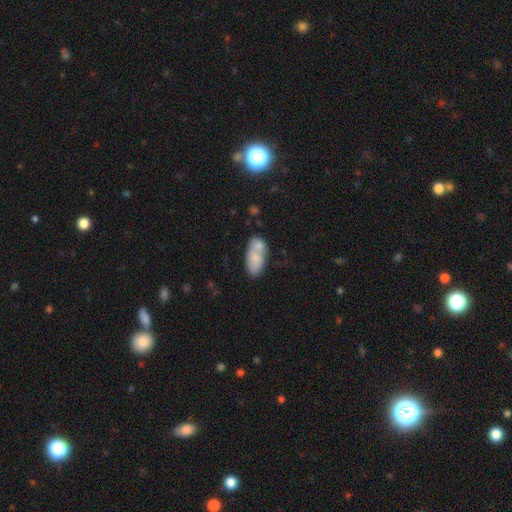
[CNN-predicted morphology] A smooth galaxy with no disk features (71%) that is in between round and cigar-shaped (85%).

Vote fractions:
- Smooth or featured? smooth: 71% / featured or disk: 21% / star or artifact: 8%
- How rounded? in between: 85% / cigar-shaped: 12% / round: 3%
- Merging? none: 46% / merger: 31% / minor disturbance: 17% / major disturbance: 5%